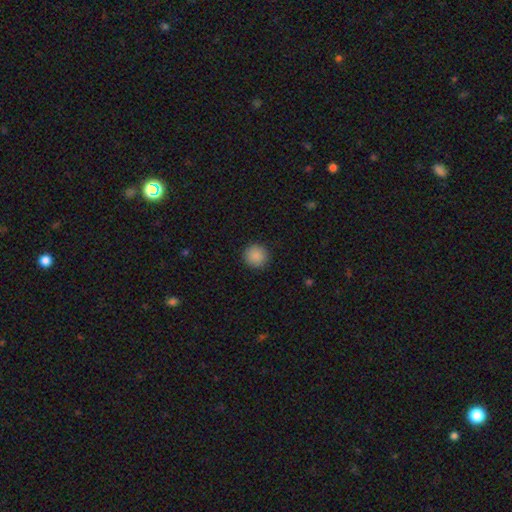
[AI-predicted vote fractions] A smooth galaxy with no disk features (88%) that is round (94%).

Vote fractions:
- Smooth or featured? smooth: 88% / star or artifact: 9% / featured or disk: 3%
- How rounded? round: 94% / in between: 5% / cigar-shaped: 1%
- Merging? none: 92% / minor disturbance: 5% / major disturbance: 2% / merger: 1%